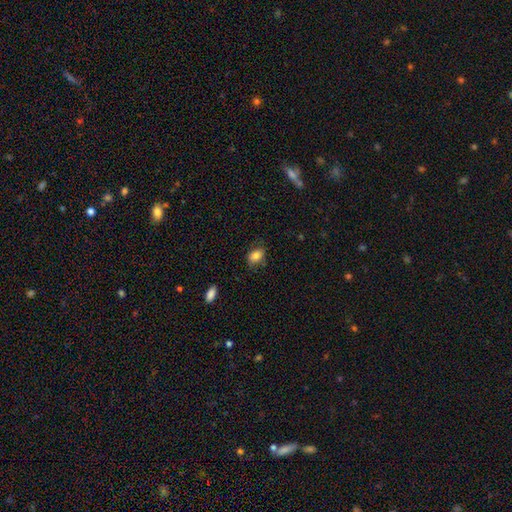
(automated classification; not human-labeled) smooth-or-featured: smooth: 83% | featured or disk: 9% | star or artifact: 8%
  how-rounded: in between: 81% | round: 18% | cigar-shaped: 2%
  merging: none: 73% | minor disturbance: 21% | major disturbance: 5% | merger: 2%